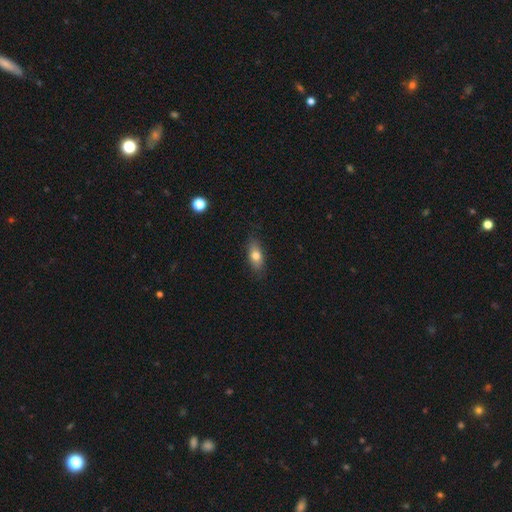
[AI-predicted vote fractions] This is likely a smooth galaxy (75%). How rounded: likely in between (79%). Merging: clearly none (83%).